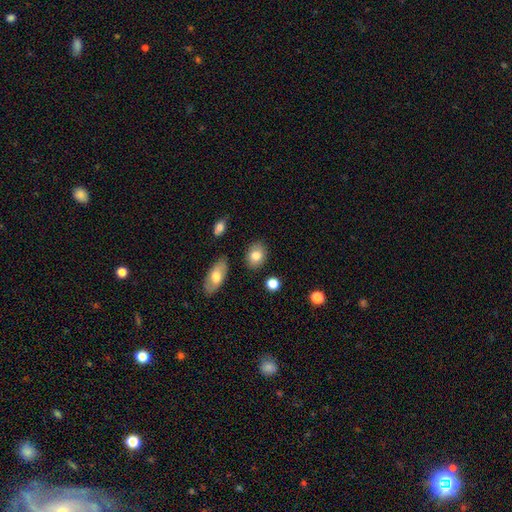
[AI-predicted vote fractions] Morphology: type=smooth (79%); roundness=in between (71%); merging=none (83%).